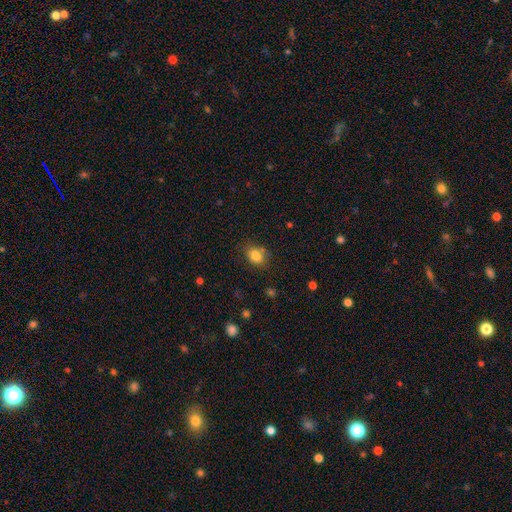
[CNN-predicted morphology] Q: Smooth or featured?
A: smooth (82%); runner-up: star or artifact (11%)
Q: How rounded?
A: round (58%); runner-up: in between (41%)
Q: Merging?
A: none (74%); runner-up: minor disturbance (18%)